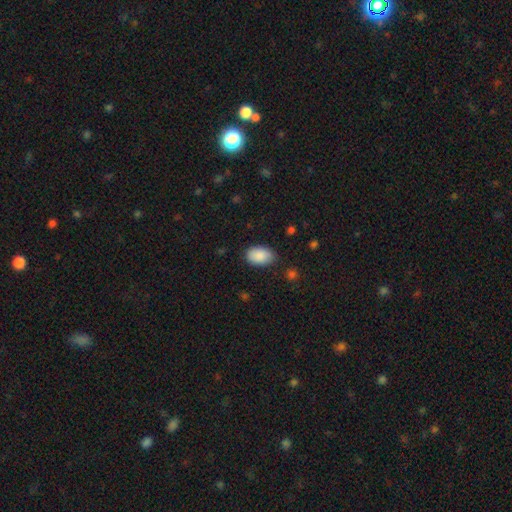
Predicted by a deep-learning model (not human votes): smooth-or-featured: smooth: 88% | star or artifact: 7% | featured or disk: 5%
  how-rounded: in between: 91% | round: 8% | cigar-shaped: 1%
  merging: none: 81% | minor disturbance: 14% | major disturbance: 3% | merger: 1%